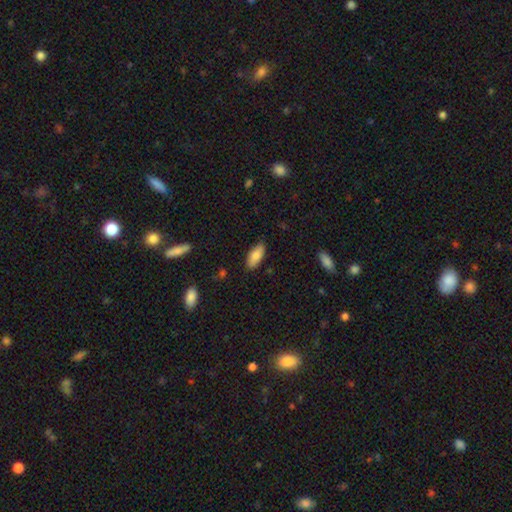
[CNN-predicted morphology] Smooth or featured: smooth — 85% (featured or disk — 8%)
How rounded: in between — 84% (cigar-shaped — 14%)
Merging: none — 84% (minor disturbance — 12%)